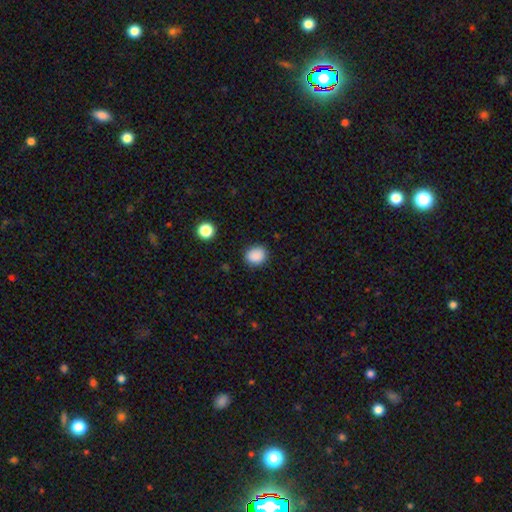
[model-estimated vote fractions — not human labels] Q: Smooth or featured?
A: smooth (88%); runner-up: star or artifact (9%)
Q: How rounded?
A: round (69%); runner-up: in between (30%)
Q: Merging?
A: none (87%); runner-up: minor disturbance (9%)